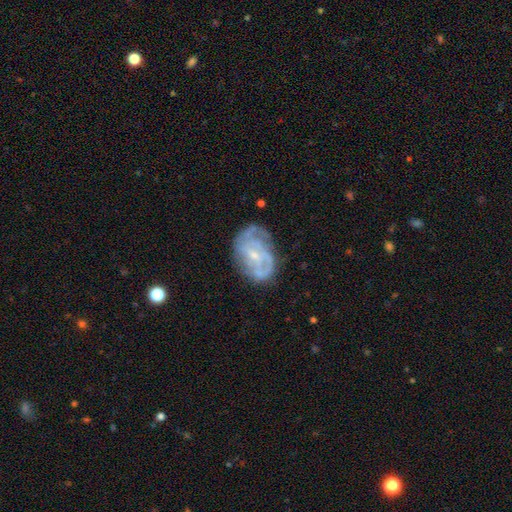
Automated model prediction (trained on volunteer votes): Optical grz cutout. It shows a featured or disk galaxy (79%) with no bar (46%), tight (49%) spiral arms (86%) and a small central bulge (68%). Merging: none (59%).